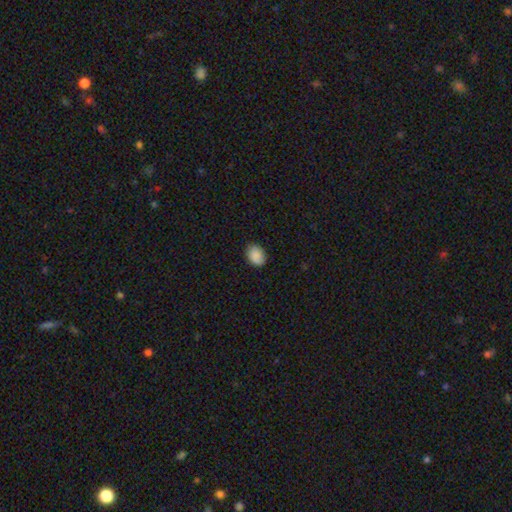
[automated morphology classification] Overall: smooth (89%). How rounded: in between (68%; round 31%). Merging: none (84%).